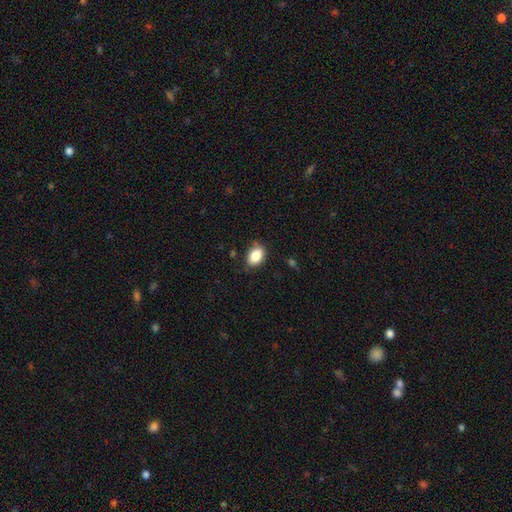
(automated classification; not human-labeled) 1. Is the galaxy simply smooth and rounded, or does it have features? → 86% smooth, 8% star or artifact, 6% featured or disk.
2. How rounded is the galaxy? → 83% in between, 15% round, 1% cigar-shaped.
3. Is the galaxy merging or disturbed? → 78% none, 17% minor disturbance, 3% major disturbance, 1% merger.